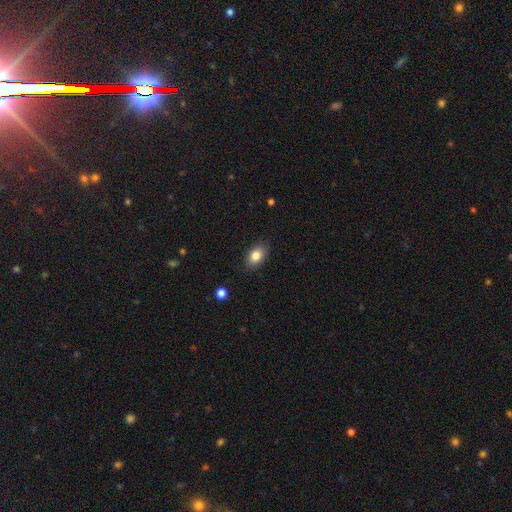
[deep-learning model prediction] Smooth or featured: smooth — 83% (star or artifact — 8%)
How rounded: in between — 84% (round — 15%)
Merging: none — 83% (minor disturbance — 13%)